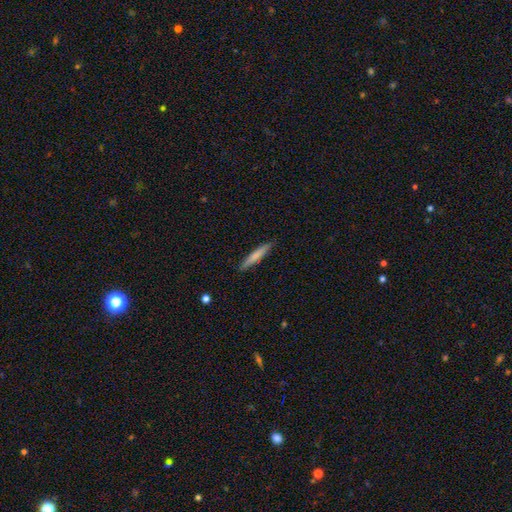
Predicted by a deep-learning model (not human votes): A smooth galaxy with no disk features (73%) that is cigar-shaped (93%).

Vote fractions:
- Smooth or featured? smooth: 73% / featured or disk: 22% / star or artifact: 6%
- How rounded? cigar-shaped: 93% / in between: 6% / round: 1%
- Merging? none: 88% / minor disturbance: 9% / major disturbance: 2% / merger: 1%